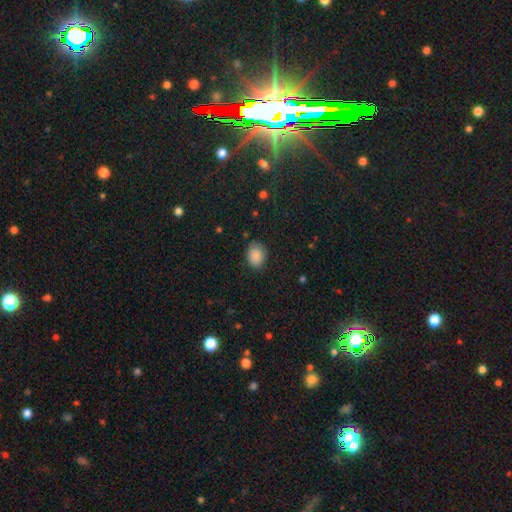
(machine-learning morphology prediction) A smooth galaxy with no disk features (88%) that is in between round and cigar-shaped (61%).

Vote fractions:
- Smooth or featured? smooth: 88% / star or artifact: 8% / featured or disk: 3%
- How rounded? in between: 61% / round: 38% / cigar-shaped: 1%
- Merging? none: 82% / minor disturbance: 13% / major disturbance: 3% / merger: 1%